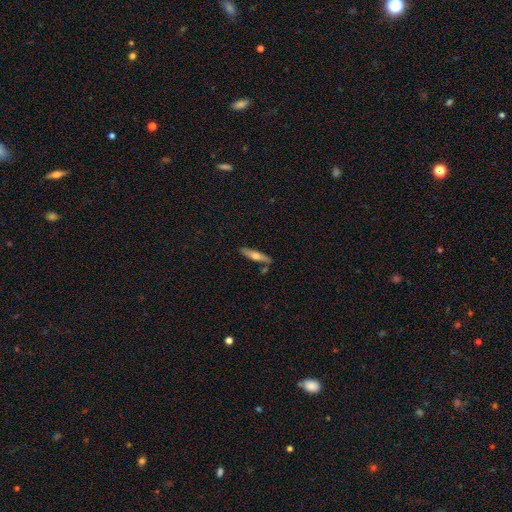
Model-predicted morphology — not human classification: Smooth or featured?
  - smooth: 52% *
  - featured or disk: 42%
  - star or artifact: 6%
How rounded?
  - cigar-shaped: 82% *
  - in between: 16%
  - round: 2%
Merging?
  - none: 78% *
  - minor disturbance: 12%
  - merger: 7%
  - major disturbance: 3%